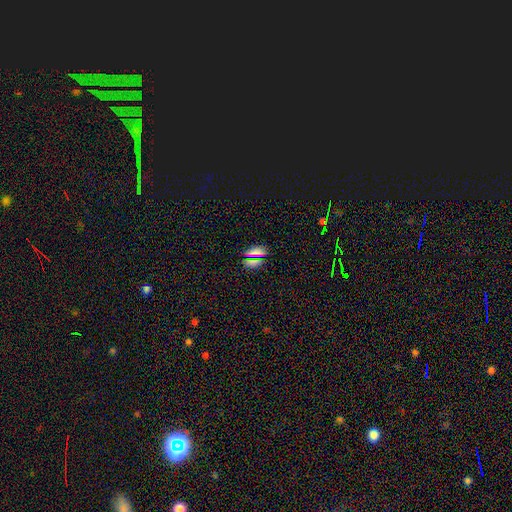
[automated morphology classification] smooth 70%, star or artifact 22%, featured or disk 8%. Down the decision tree: how rounded — in between (80%); merging — none (83%).